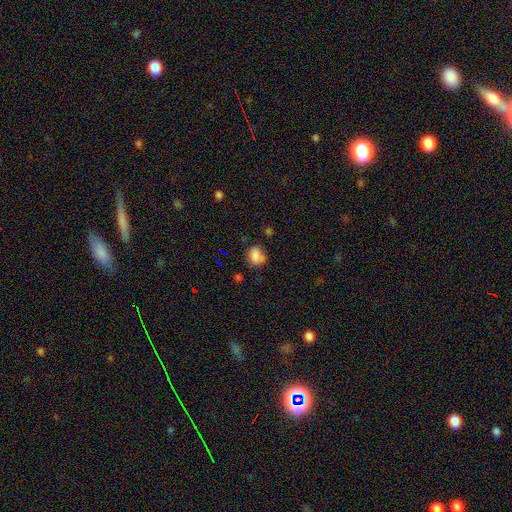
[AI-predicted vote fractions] The model was most divided on "how rounded": in between: 54%, round: 45%, cigar-shaped: 2%. More confident: smooth or featured — smooth (78%); merging — none (59%).